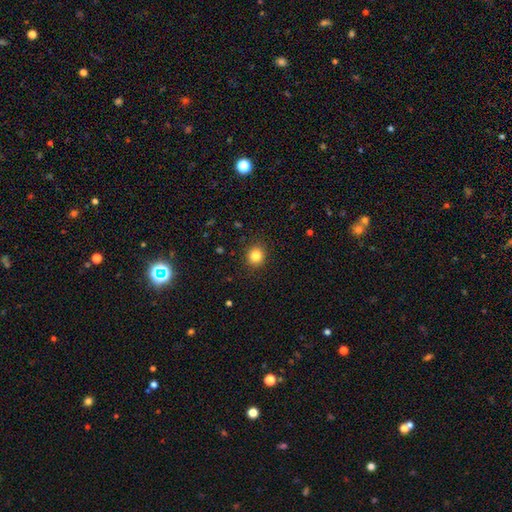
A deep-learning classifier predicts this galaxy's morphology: smooth 83%, star or artifact 11%, featured or disk 5%. Down the decision tree: how rounded — round (81%); merging — none (90%).